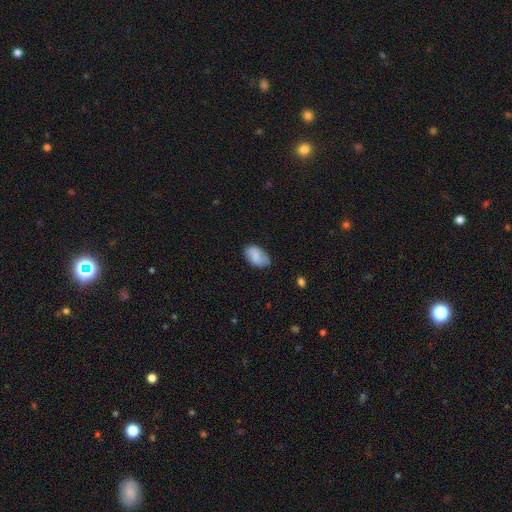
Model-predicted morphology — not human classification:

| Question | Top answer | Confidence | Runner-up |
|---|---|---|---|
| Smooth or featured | smooth | 78% | featured or disk (15%) |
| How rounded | in between | 92% | round (6%) |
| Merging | none | 67% | minor disturbance (25%) |